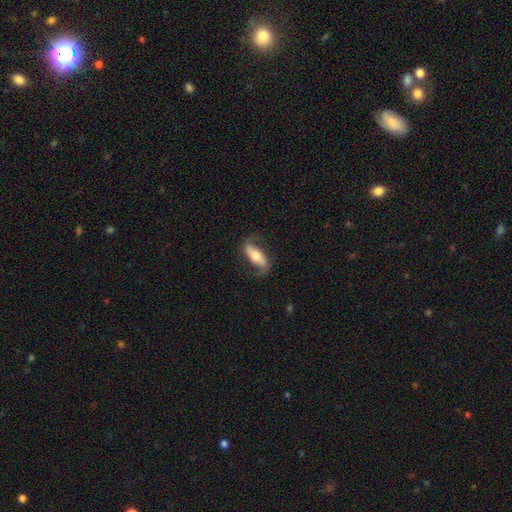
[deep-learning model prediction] featured or disk 64%, smooth 30%, star or artifact 6%. Down the decision tree: edge-on disk — no (80%); bar — strong (41%); spiral arms — yes (85%); bulge size — moderate (61%); merging — none (73%).